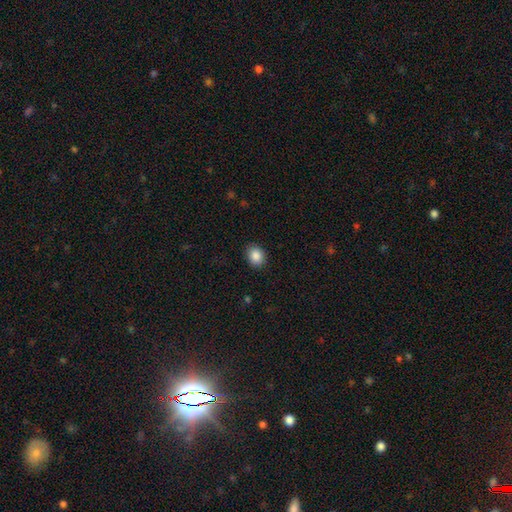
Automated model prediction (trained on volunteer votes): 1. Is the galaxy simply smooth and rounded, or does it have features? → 88% smooth, 8% star or artifact, 4% featured or disk.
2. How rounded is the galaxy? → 52% round, 47% in between, 1% cigar-shaped.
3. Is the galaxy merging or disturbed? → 88% none, 8% minor disturbance, 2% major disturbance, 1% merger.